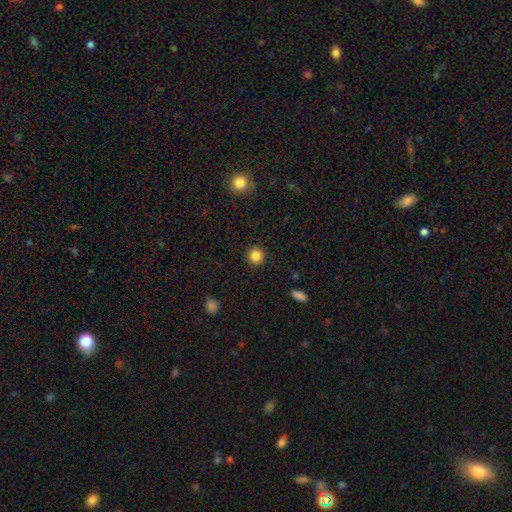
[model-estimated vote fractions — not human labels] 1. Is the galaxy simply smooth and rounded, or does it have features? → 85% smooth, 11% star or artifact, 4% featured or disk.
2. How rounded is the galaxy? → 91% round, 8% in between, 1% cigar-shaped.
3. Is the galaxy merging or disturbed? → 91% none, 6% minor disturbance, 2% major disturbance, 1% merger.